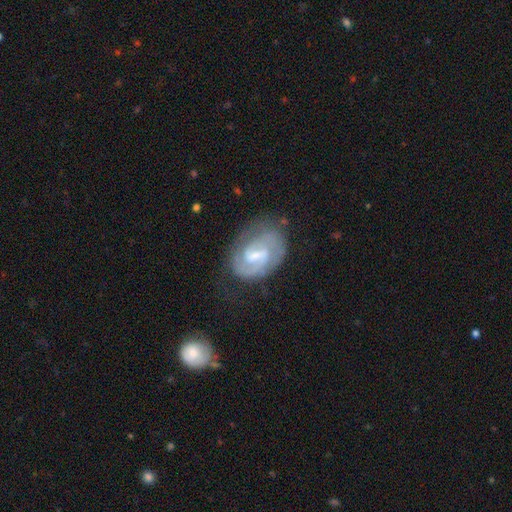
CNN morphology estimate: Q: Smooth or featured?
A: featured or disk (81%); runner-up: smooth (13%)
Q: Edge-on disk?
A: no (97%); runner-up: yes (3%)
Q: Bar?
A: weak (62%); runner-up: strong (20%)
Q: Spiral arms?
A: yes (93%); runner-up: no (7%)
Q: Spiral winding?
A: tight (48%); runner-up: medium (41%)
Q: Spiral arm count?
A: 2 (67%); runner-up: can't tell (16%)
Q: Bulge size?
A: small (49%); runner-up: moderate (35%)
Q: Merging?
A: none (66%); runner-up: minor disturbance (21%)